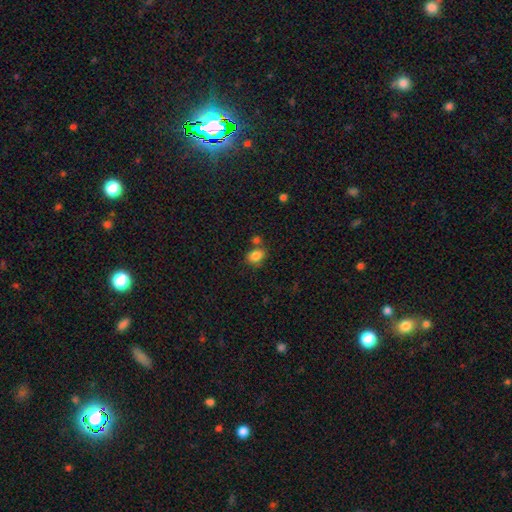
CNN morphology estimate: smooth-or-featured: smooth: 84% | star or artifact: 10% | featured or disk: 6%
  how-rounded: in between: 67% | round: 31% | cigar-shaped: 1%
  merging: none: 64% | merger: 18% | minor disturbance: 14% | major disturbance: 4%